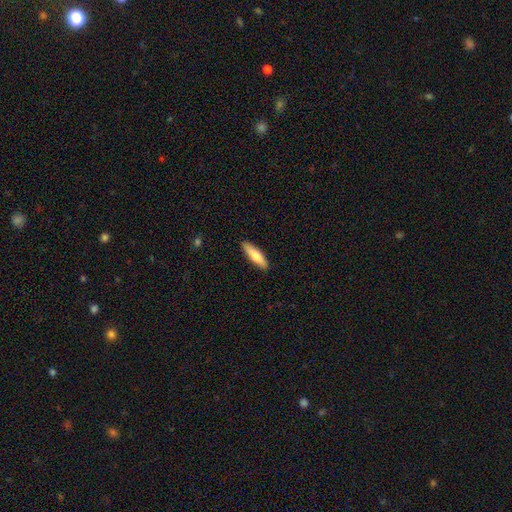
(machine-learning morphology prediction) A smooth galaxy with no disk features (73%) that is cigar-shaped (68%). Merging: none (89%).